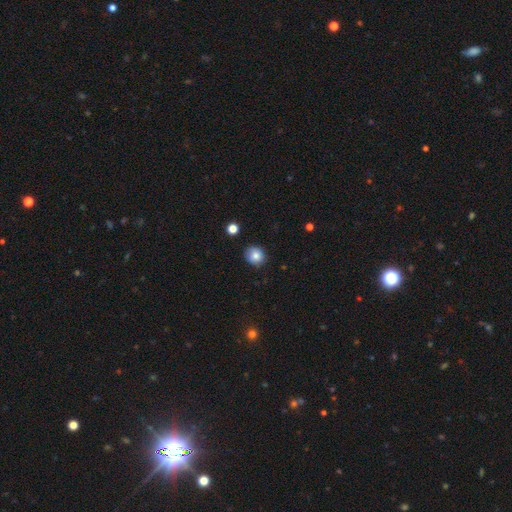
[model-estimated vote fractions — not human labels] Morphology: type=smooth (82%); roundness=round (85%); merging=none (82%).